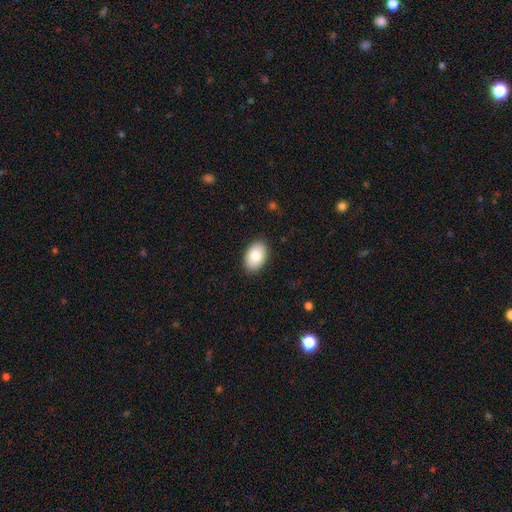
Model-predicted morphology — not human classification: This appears to be a smooth galaxy with no disk features (81%) that is in between round and cigar-shaped (90%). Merging: none (88%).